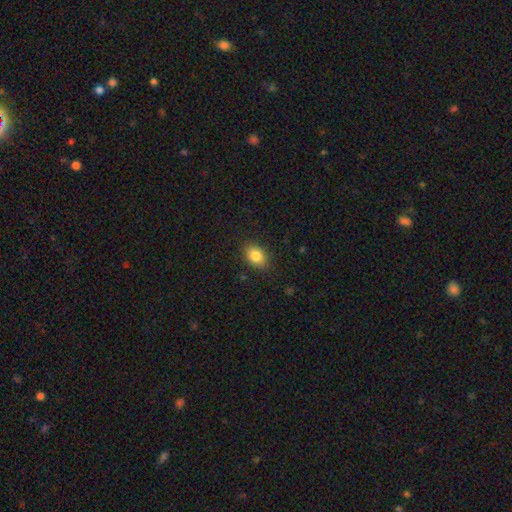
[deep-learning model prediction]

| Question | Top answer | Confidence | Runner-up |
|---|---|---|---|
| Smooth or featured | smooth | 84% | star or artifact (9%) |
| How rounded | in between | 78% | round (20%) |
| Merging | none | 87% | minor disturbance (10%) |